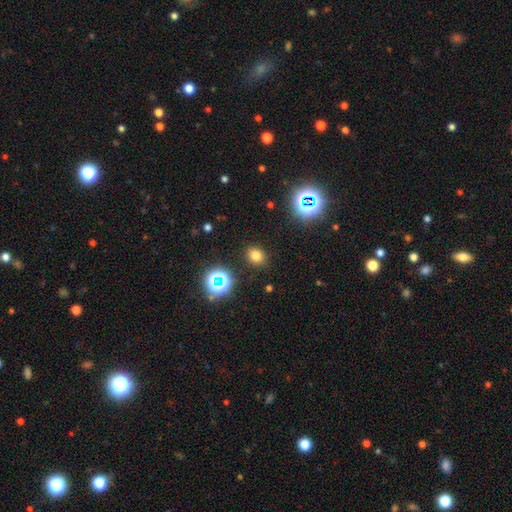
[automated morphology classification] The model was most divided on "how rounded": round: 62%, in between: 38%, cigar-shaped: 1%. More confident: merging — none (88%); smooth or featured — smooth (73%).